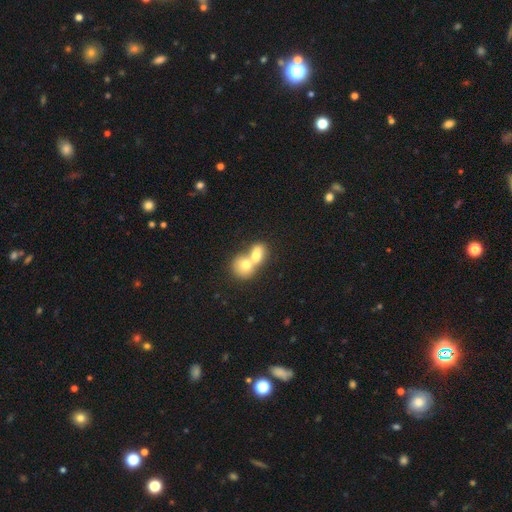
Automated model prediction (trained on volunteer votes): Smooth or featured? Predicted: smooth (p=0.69). How rounded? Predicted: in between (p=0.50). Merging? Predicted: merger (p=0.75).